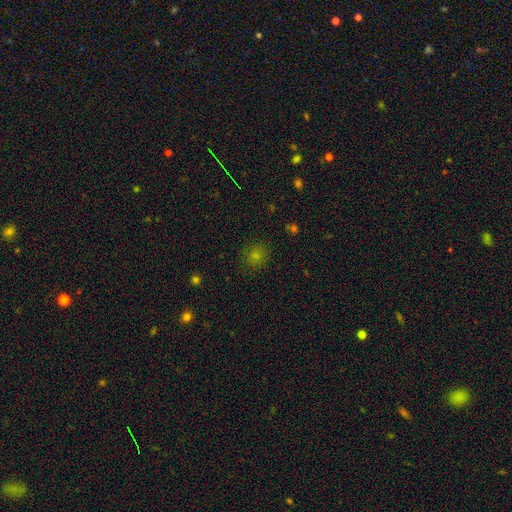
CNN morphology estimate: The model was most divided on "smooth or featured": smooth: 63%, star or artifact: 30%, featured or disk: 7%. More confident: merging — none (88%); how rounded — round (87%).